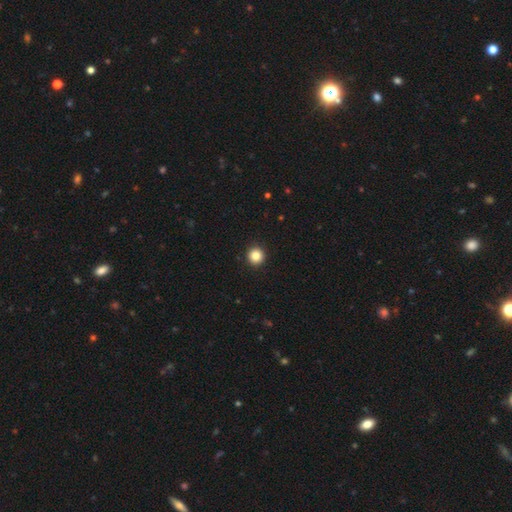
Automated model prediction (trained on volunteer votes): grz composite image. It shows a smooth galaxy with no disk features (85%) that is round (95%). Merging: none (93%).